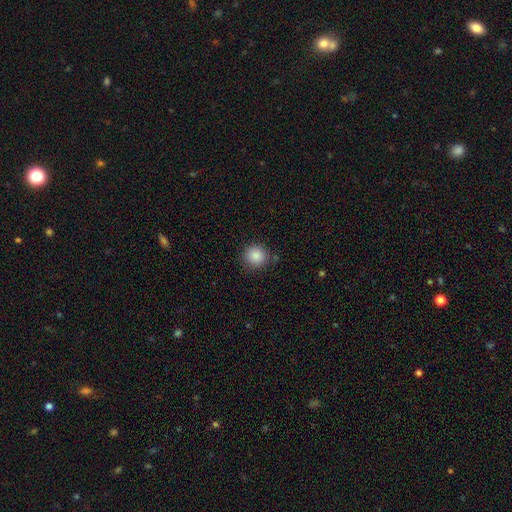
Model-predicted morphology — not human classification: type=smooth (86%); roundness=round (92%); merging=none (86%).